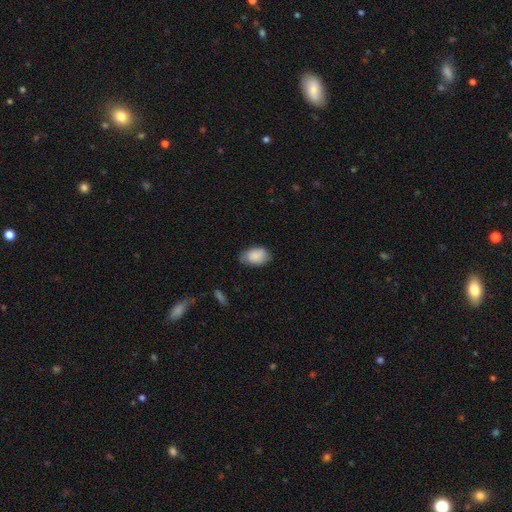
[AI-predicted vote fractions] This is clearly a smooth galaxy (86%). How rounded: clearly in between (88%). Merging: likely none (64%).